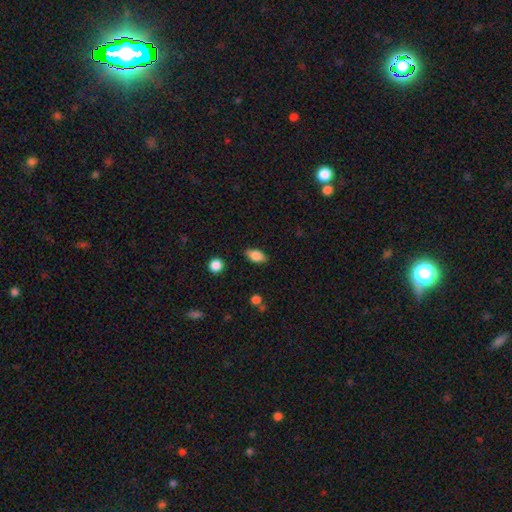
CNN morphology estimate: A smooth galaxy with no disk features (81%) that is in between round and cigar-shaped (87%). Merging: none (84%).